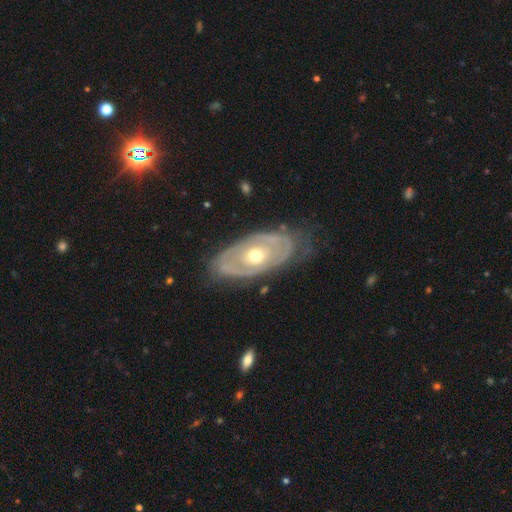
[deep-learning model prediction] Overall: featured or disk (77%). Edge-on disk: no (90%). Bar: no (88%). Spiral arms: no (52%; yes 48%). Bulge size: moderate (72%). Merging: none (72%).